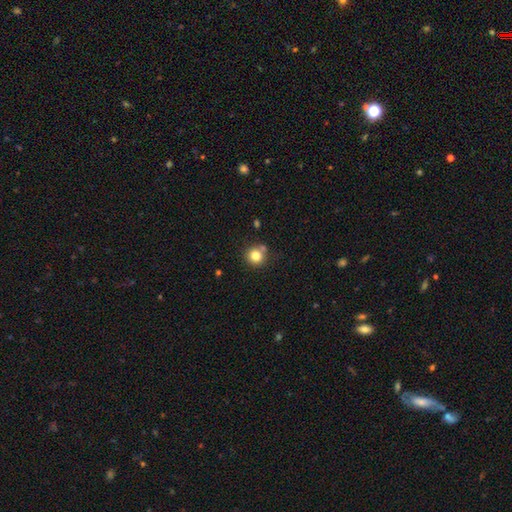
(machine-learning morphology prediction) Smooth or featured? smooth (80%)
How rounded? round (91%)
Merging? none (73%)